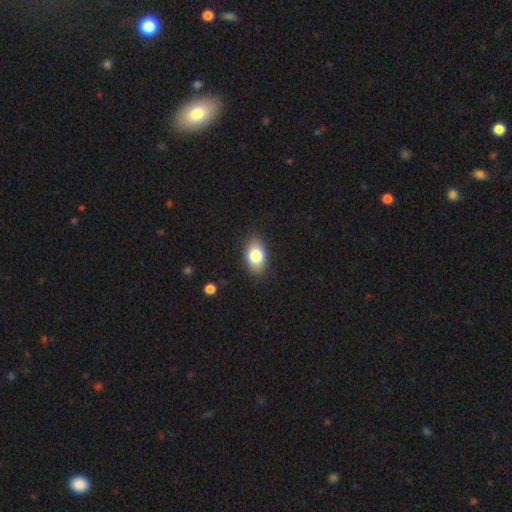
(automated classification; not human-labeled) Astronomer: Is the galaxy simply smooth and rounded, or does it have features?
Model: smooth — 82%.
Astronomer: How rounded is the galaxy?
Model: in between — 88%.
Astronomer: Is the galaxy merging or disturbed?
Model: none — 85%.